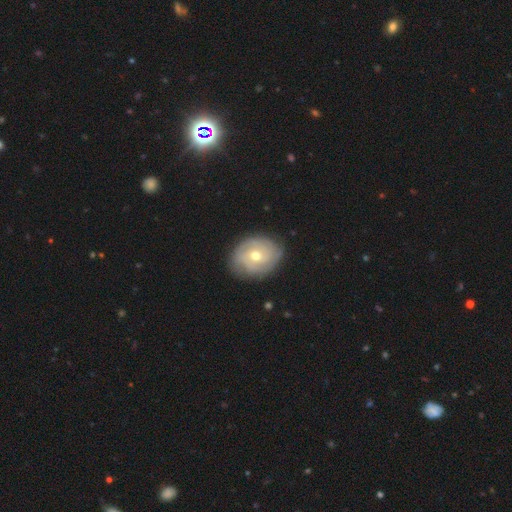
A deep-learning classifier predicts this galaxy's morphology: smooth-or-featured: featured or disk: 75% | smooth: 19% | star or artifact: 6%
  disk-edge-on: no: 97% | yes: 3%
    bar: no: 66% | weak: 28% | strong: 6%
    has-spiral-arms: yes: 89% | no: 11%
      spiral-winding: tight: 72% | medium: 22% | loose: 6%
      spiral-arm-count: can't tell: 37% | 2: 22% | 3: 21% | 4: 10% | more than 4: 5% | 1: 5%
    bulge-size: moderate: 63% | small: 34% | large: 2% | none: 1% | dominant: 1%
  merging: none: 81% | minor disturbance: 14% | major disturbance: 4% | merger: 1%